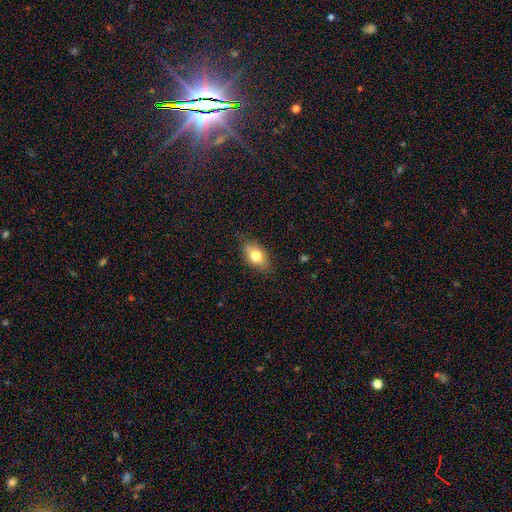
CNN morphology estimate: smooth 74%, featured or disk 17%, star or artifact 9%. Down the decision tree: how rounded — in between (83%); merging — none (74%).